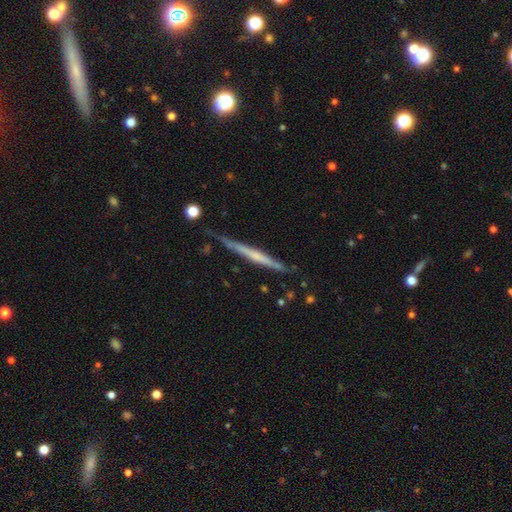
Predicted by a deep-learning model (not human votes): Smooth or featured? Predicted: featured or disk (p=0.62). Edge-on disk? Predicted: yes (p=0.97). Edge-on bulge? Predicted: none (p=0.68). Merging? Predicted: none (p=0.79).